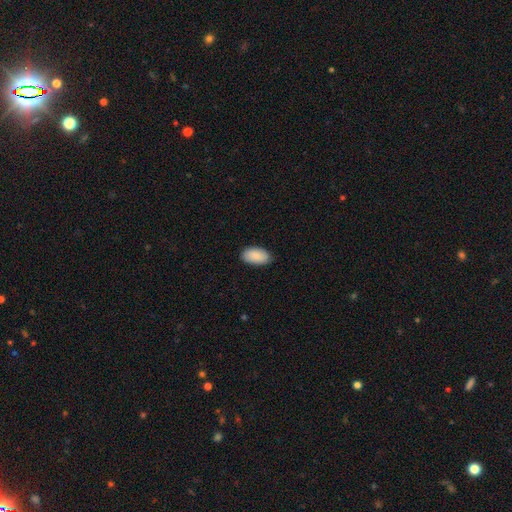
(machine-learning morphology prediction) A smooth galaxy with no disk features (88%) that is in between round and cigar-shaped (95%).

Vote fractions:
- Smooth or featured? smooth: 88% / featured or disk: 6% / star or artifact: 6%
- How rounded? in between: 95% / round: 3% / cigar-shaped: 2%
- Merging? none: 84% / minor disturbance: 13% / major disturbance: 2% / merger: 1%